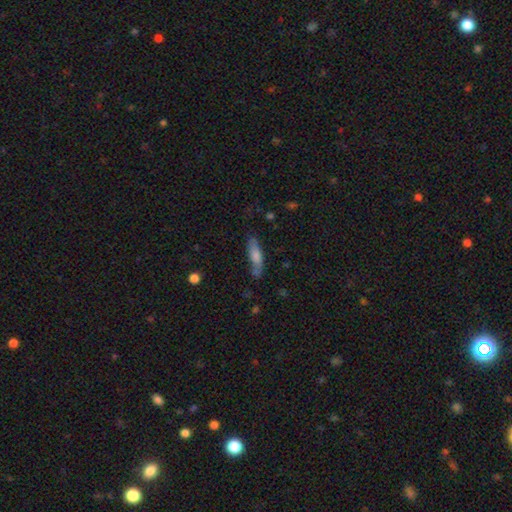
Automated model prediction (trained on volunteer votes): smooth_or_featured: smooth (p=0.65) [alt: featured or disk p=0.27]
how_rounded: cigar-shaped (p=0.66) [alt: in between p=0.32]
merging: none (p=0.70) [alt: minor disturbance p=0.20]